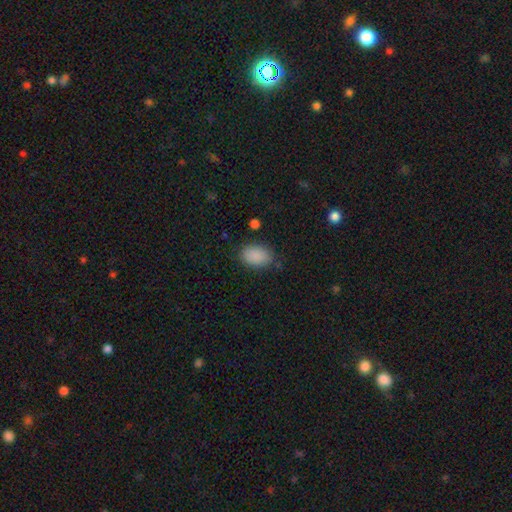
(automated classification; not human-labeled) This appears to be a smooth galaxy with no disk features (88%) that is in between round and cigar-shaped (87%). Merging: none (81%).